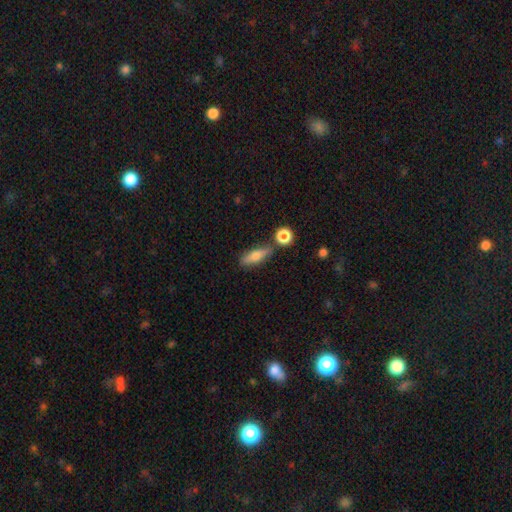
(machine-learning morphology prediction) Smooth or featured?
  - smooth: 66% *
  - featured or disk: 25%
  - star or artifact: 8%
How rounded?
  - cigar-shaped: 49% *
  - in between: 46%
  - round: 5%
Merging?
  - none: 75% *
  - minor disturbance: 14%
  - merger: 8%
  - major disturbance: 4%